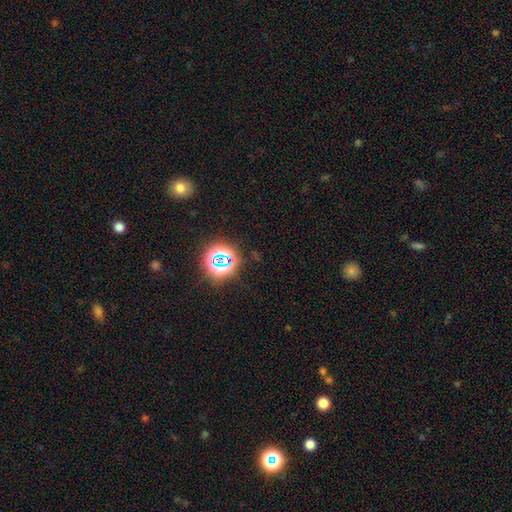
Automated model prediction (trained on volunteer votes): This appears to be a star or artifact, not a galaxy (73%).